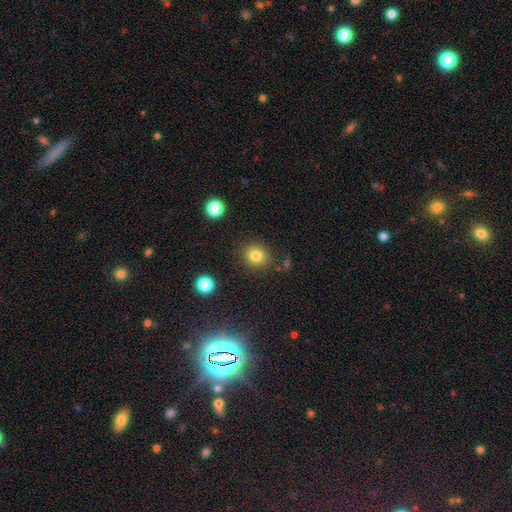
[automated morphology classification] smooth_or_featured: smooth (p=0.81) [alt: star or artifact p=0.11]
how_rounded: round (p=0.82) [alt: in between p=0.18]
merging: none (p=0.85) [alt: minor disturbance p=0.09]